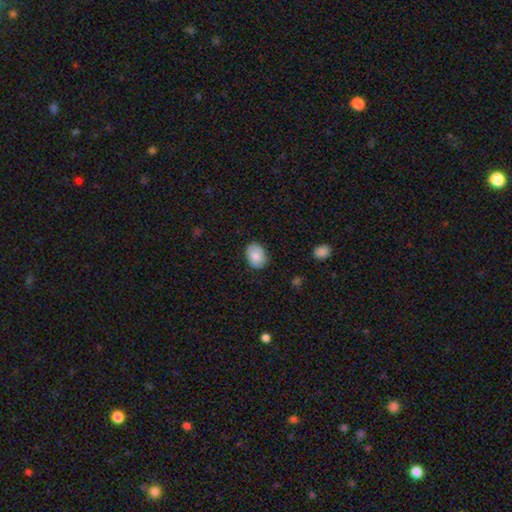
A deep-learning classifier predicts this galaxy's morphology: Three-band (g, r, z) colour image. It shows a smooth galaxy with no disk features (83%) that is in between round and cigar-shaped (72%). Merging: none (84%).